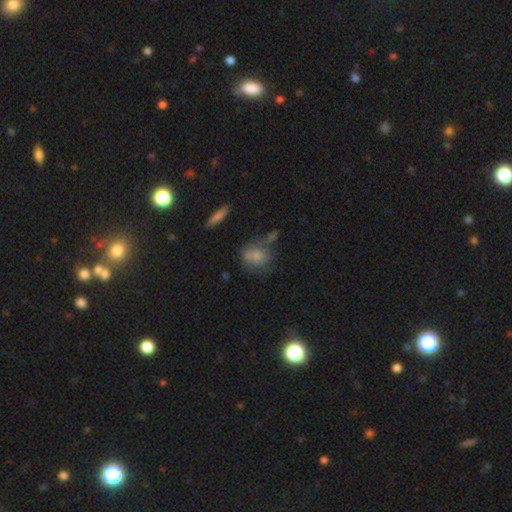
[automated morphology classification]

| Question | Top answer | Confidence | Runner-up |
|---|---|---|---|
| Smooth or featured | smooth | 72% | featured or disk (19%) |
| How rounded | round | 54% | in between (44%) |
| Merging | none | 50% | minor disturbance (24%) |